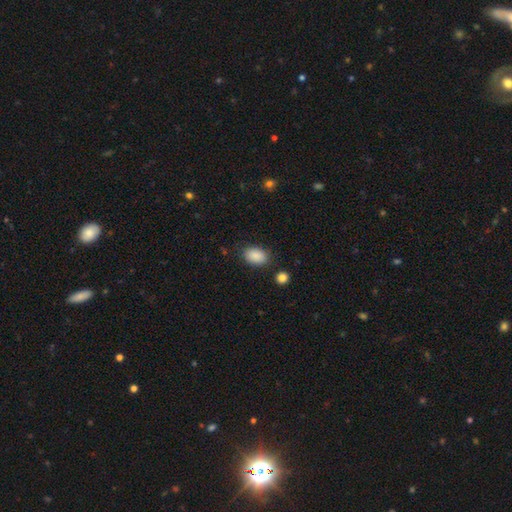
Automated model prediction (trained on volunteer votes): smooth_or_featured: smooth (p=0.89) [alt: star or artifact p=0.07]
how_rounded: in between (p=0.87) [alt: round p=0.12]
merging: none (p=0.83) [alt: minor disturbance p=0.11]